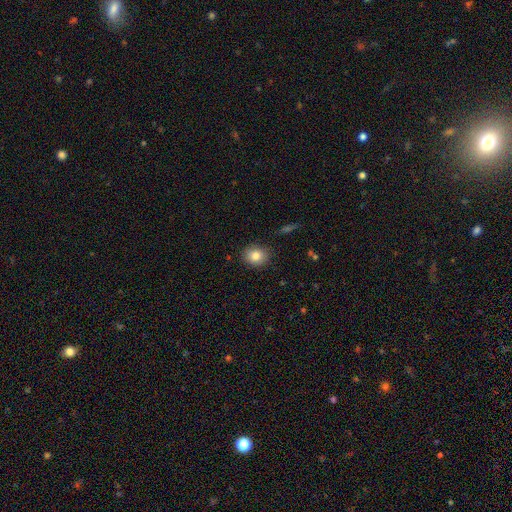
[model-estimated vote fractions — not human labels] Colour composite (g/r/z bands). It shows a smooth galaxy with no disk features (83%) that is round (59%). Merging: none (88%).